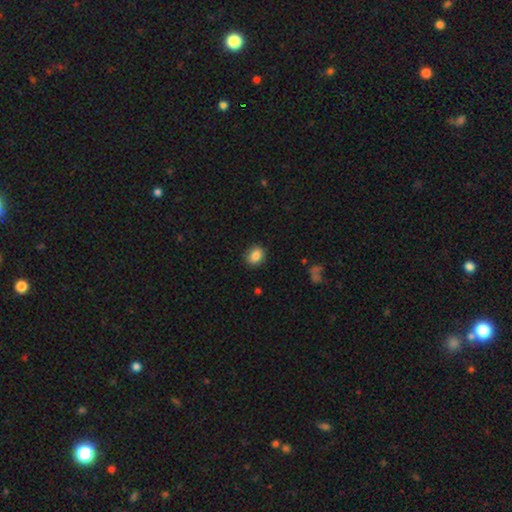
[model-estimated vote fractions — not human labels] smooth_or_featured: smooth (p=0.86) [alt: star or artifact p=0.09]
how_rounded: round (p=0.52) [alt: in between p=0.47]
merging: none (p=0.88) [alt: minor disturbance p=0.09]